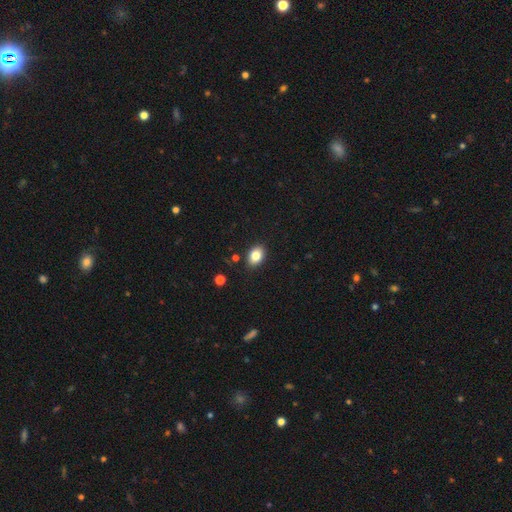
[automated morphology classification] This appears to be a smooth galaxy with no disk features (83%) that is in between round and cigar-shaped (78%). Merging: none (87%).